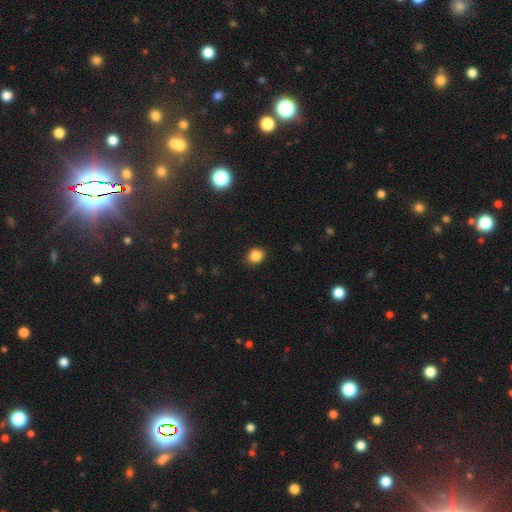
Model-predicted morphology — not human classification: smooth 84%, star or artifact 11%, featured or disk 5%. Down the decision tree: how rounded — round (56%); merging — none (87%).